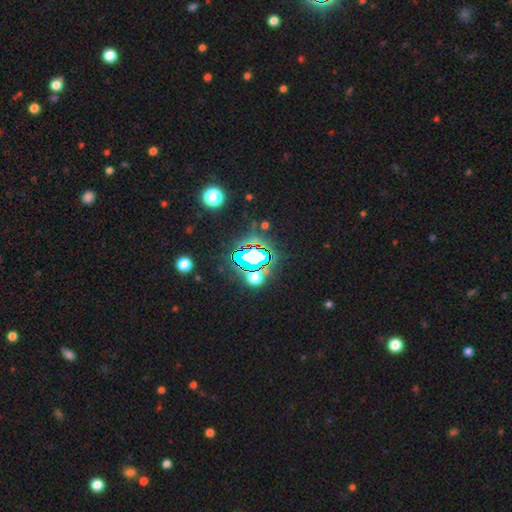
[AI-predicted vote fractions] Morphology: type=star or artifact (72%).